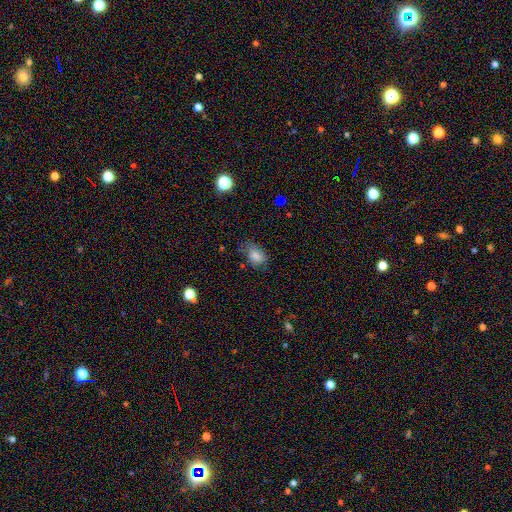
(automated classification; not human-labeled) Smooth or featured? Predicted: smooth (p=0.79). How rounded? Predicted: in between (p=0.83). Merging? Predicted: none (p=0.60).